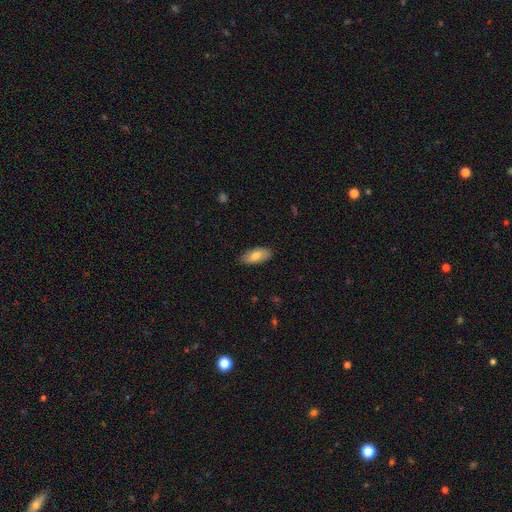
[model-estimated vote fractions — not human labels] smooth 74%, featured or disk 20%, star or artifact 6%. Down the decision tree: how rounded — in between (90%); merging — none (84%).